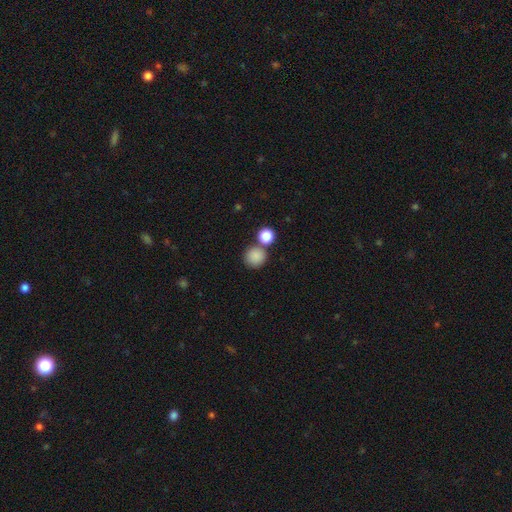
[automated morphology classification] smooth_or_featured: smooth (p=0.86) [alt: star or artifact p=0.10]
how_rounded: round (p=0.92) [alt: in between p=0.07]
merging: none (p=0.68) [alt: merger p=0.21]